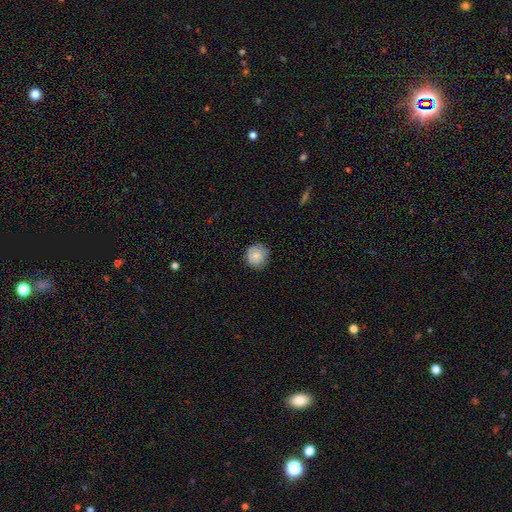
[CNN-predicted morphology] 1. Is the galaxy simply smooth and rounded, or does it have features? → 83% smooth, 10% featured or disk, 8% star or artifact.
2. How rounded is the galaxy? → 93% round, 6% in between, 1% cigar-shaped.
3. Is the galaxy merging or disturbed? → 82% none, 14% minor disturbance, 3% major disturbance, 1% merger.